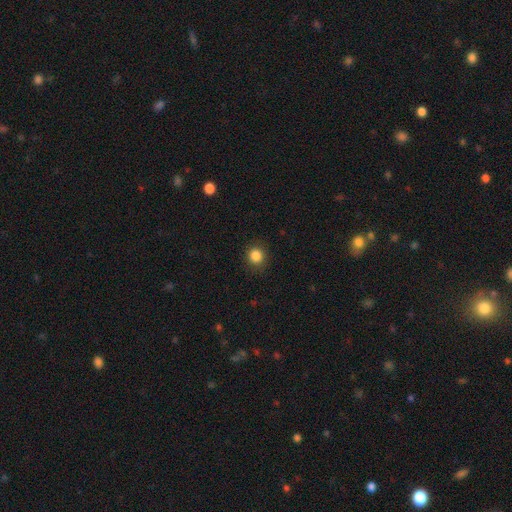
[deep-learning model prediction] This appears to be a smooth galaxy with no disk features (86%) that is round (88%). Merging: none (89%).